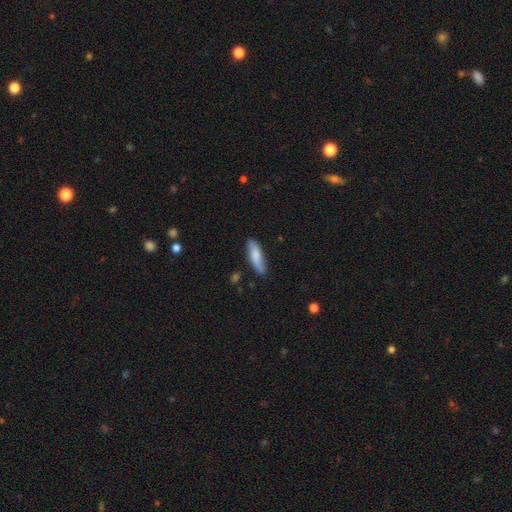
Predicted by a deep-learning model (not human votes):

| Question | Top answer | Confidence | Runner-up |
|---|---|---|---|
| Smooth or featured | smooth | 72% | featured or disk (22%) |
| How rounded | cigar-shaped | 56% | in between (42%) |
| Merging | none | 76% | minor disturbance (19%) |